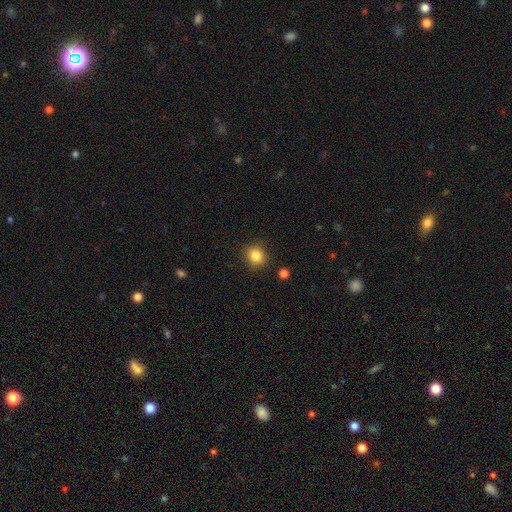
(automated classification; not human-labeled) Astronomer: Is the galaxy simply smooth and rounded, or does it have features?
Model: smooth — 84%.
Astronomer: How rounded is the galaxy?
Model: round — 84%.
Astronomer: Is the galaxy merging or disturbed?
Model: none — 88%.